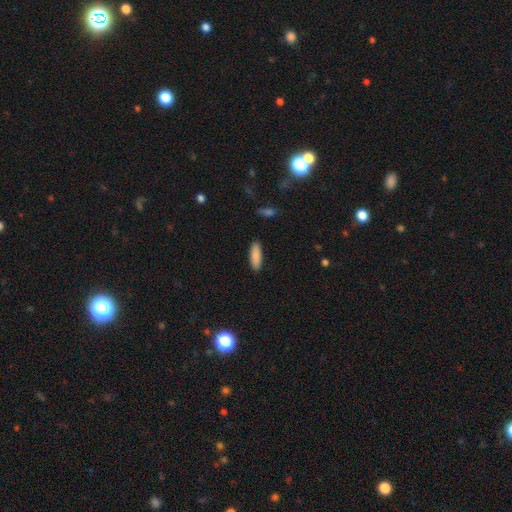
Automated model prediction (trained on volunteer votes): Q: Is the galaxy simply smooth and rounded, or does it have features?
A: smooth — 88%.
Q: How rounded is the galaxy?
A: cigar-shaped — 51%.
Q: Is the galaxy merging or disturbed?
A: none — 90%.